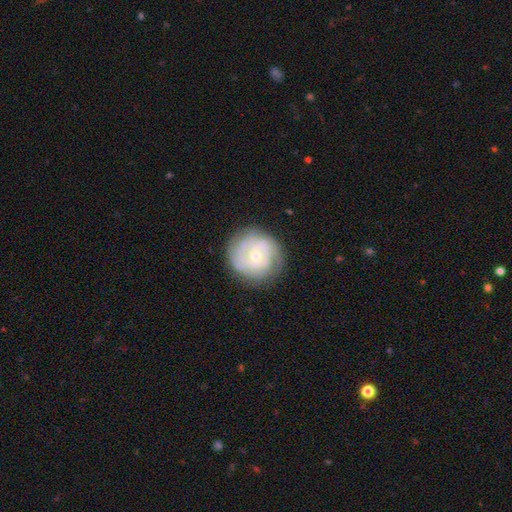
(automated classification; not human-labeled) Overall: featured or disk (71%). Edge-on disk: no (97%). Bar: no (68%). Spiral arms: yes (86%). Spiral arm count: can't tell (41%; 2 26%). Spiral winding: tight (68%). Bulge size: small (59%; moderate 38%). Merging: none (79%).